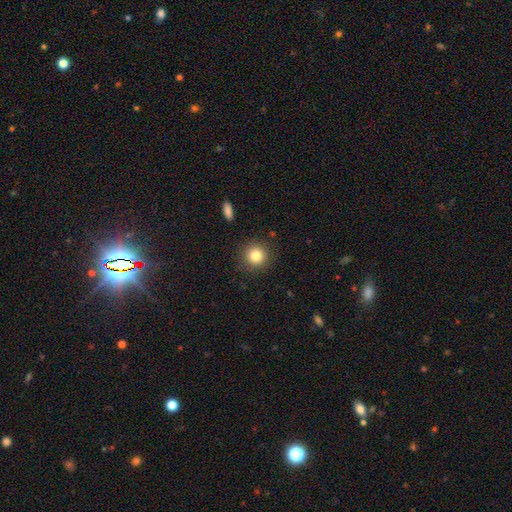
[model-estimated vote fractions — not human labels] The model was most divided on "smooth or featured": smooth: 83%, star or artifact: 11%, featured or disk: 7%. More confident: how rounded — round (93%); merging — none (89%).